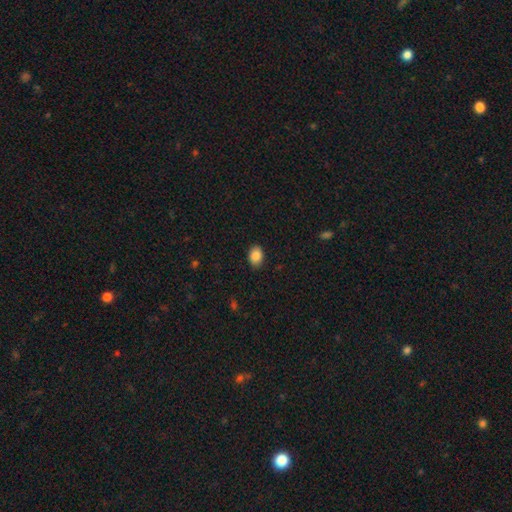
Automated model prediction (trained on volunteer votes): Smooth or featured? Predicted: smooth (p=0.88). How rounded? Predicted: in between (p=0.74). Merging? Predicted: none (p=0.88).